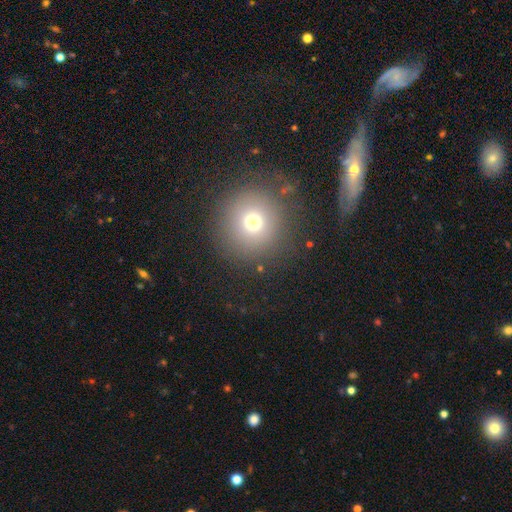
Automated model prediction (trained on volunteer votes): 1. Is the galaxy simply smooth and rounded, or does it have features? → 52% smooth, 26% star or artifact, 22% featured or disk.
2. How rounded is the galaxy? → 93% round, 5% in between, 1% cigar-shaped.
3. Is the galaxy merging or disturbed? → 81% none, 9% minor disturbance, 5% major disturbance, 4% merger.